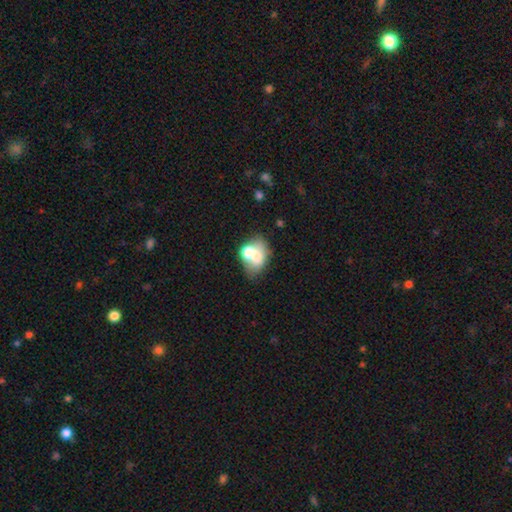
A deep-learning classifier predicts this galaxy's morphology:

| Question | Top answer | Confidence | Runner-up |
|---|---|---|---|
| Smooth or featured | smooth | 63% | featured or disk (26%) |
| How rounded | in between | 70% | round (28%) |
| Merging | merger | 44% | none (32%) |